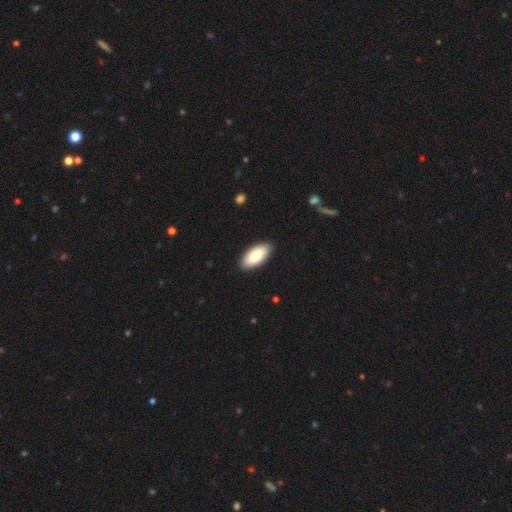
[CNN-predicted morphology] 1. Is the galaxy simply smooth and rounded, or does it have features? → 84% smooth, 11% featured or disk, 5% star or artifact.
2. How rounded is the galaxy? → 92% in between, 6% cigar-shaped, 2% round.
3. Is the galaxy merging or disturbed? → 89% none, 8% minor disturbance, 2% major disturbance, 1% merger.